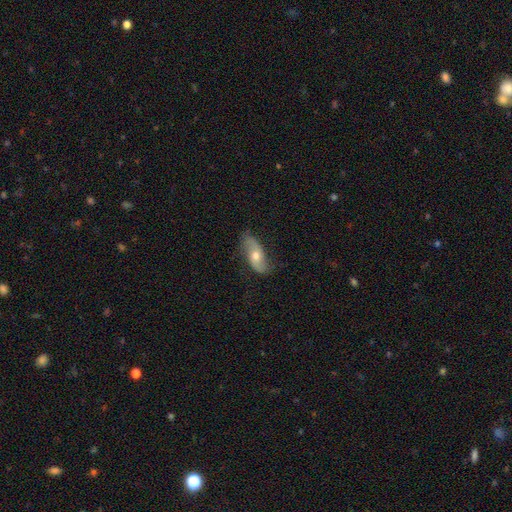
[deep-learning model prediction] A featured or disk galaxy (54%).

Vote fractions:
- Smooth or featured? featured or disk: 54% / smooth: 40% / star or artifact: 7%
- Edge-on disk? no: 84% / yes: 16%
- Merging? none: 73% / minor disturbance: 21% / major disturbance: 5% / merger: 1%